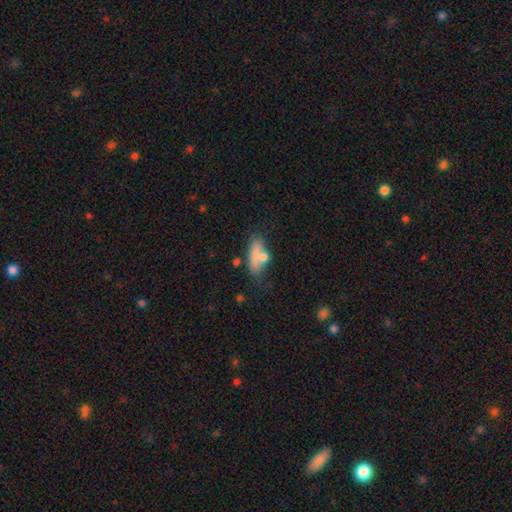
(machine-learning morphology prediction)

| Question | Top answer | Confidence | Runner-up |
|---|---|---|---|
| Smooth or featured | smooth | 72% | featured or disk (19%) |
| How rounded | in between | 68% | cigar-shaped (27%) |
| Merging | none | 53% | minor disturbance (21%) |